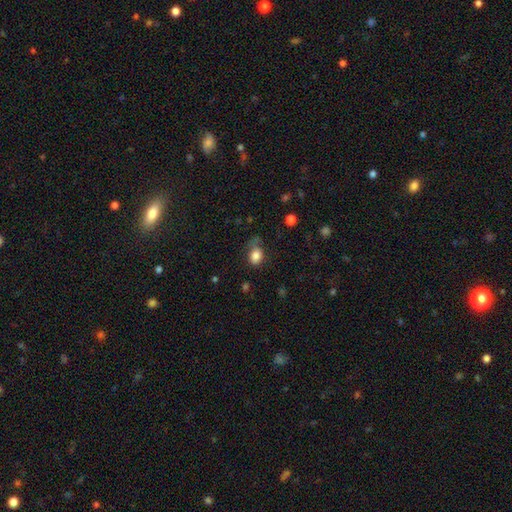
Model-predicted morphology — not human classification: Smooth or featured? Predicted: smooth (p=0.83). How rounded? Predicted: in between (p=0.72). Merging? Predicted: none (p=0.55).